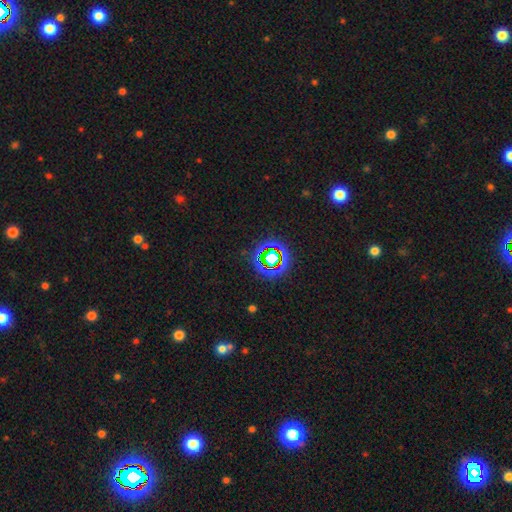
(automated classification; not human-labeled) A star or artifact, not a galaxy (69%).

Vote fractions:
- Smooth or featured? star or artifact: 69% / smooth: 18% / featured or disk: 13%